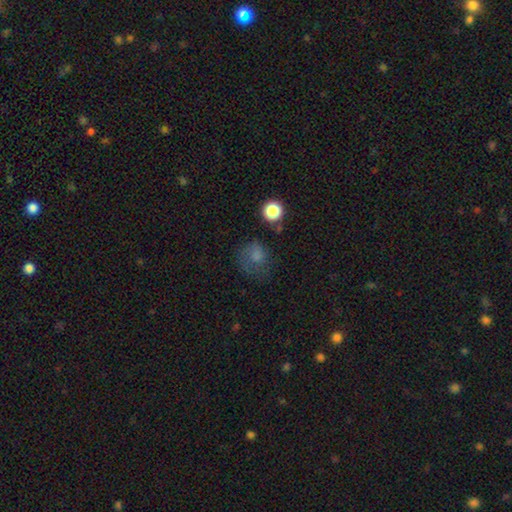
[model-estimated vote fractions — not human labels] A smooth galaxy with no disk features (69%) that is round (75%).

Vote fractions:
- Smooth or featured? smooth: 69% / star or artifact: 17% / featured or disk: 14%
- How rounded? round: 75% / in between: 24% / cigar-shaped: 1%
- Merging? none: 44% / major disturbance: 27% / minor disturbance: 25% / merger: 4%